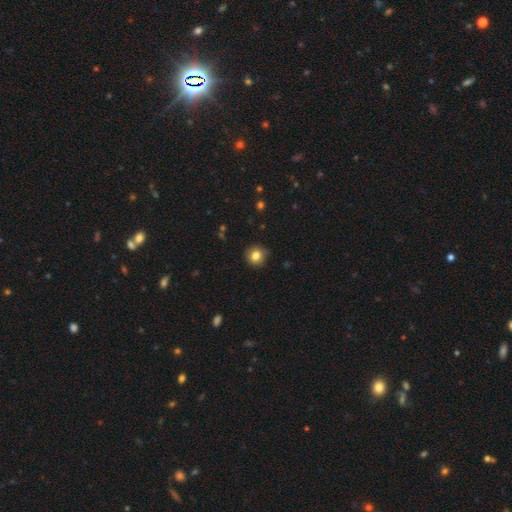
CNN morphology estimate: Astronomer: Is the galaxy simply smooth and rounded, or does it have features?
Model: smooth — 82%.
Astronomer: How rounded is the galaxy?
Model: round — 90%.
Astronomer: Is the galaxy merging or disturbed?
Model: none — 86%.